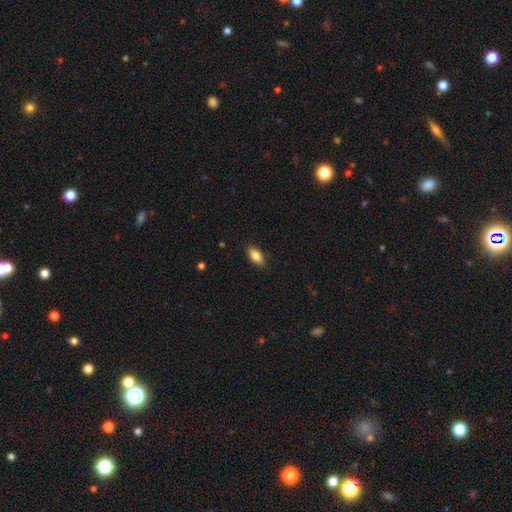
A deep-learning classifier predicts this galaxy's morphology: smooth 85%, featured or disk 8%, star or artifact 7%. Down the decision tree: how rounded — in between (89%); merging — none (86%).